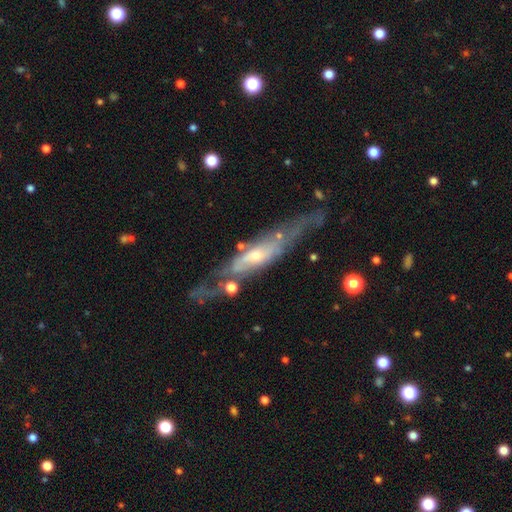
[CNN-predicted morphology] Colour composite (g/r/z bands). It shows a featured or disk galaxy (79%). Merging: none (59%).